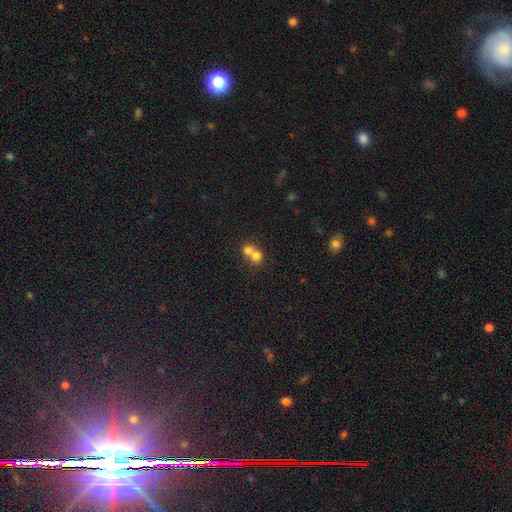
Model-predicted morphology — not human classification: A smooth galaxy with no disk features (73%) that is round (78%).

Vote fractions:
- Smooth or featured? smooth: 73% / featured or disk: 15% / star or artifact: 11%
- How rounded? round: 78% / in between: 21% / cigar-shaped: 1%
- Merging? merger: 71% / none: 23% / minor disturbance: 4% / major disturbance: 2%